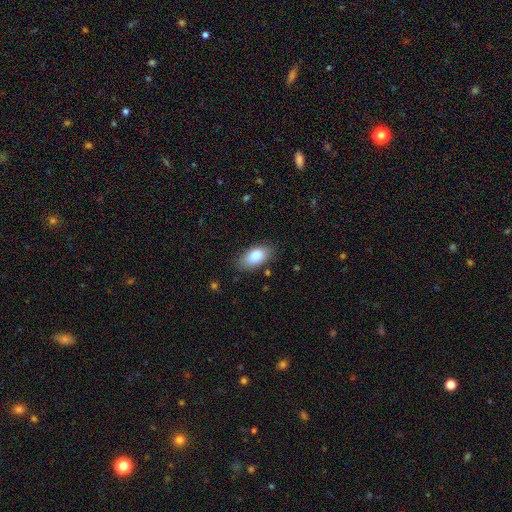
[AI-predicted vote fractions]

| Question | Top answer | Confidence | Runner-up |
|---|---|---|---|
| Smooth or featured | smooth | 84% | featured or disk (9%) |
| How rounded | in between | 92% | cigar-shaped (4%) |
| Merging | none | 82% | minor disturbance (14%) |